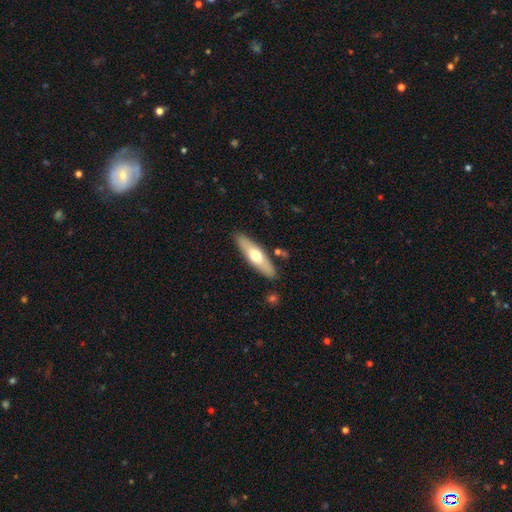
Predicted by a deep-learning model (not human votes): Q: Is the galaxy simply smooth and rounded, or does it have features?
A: smooth — 54%.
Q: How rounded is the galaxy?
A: cigar-shaped — 64%.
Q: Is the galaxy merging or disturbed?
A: none — 86%.